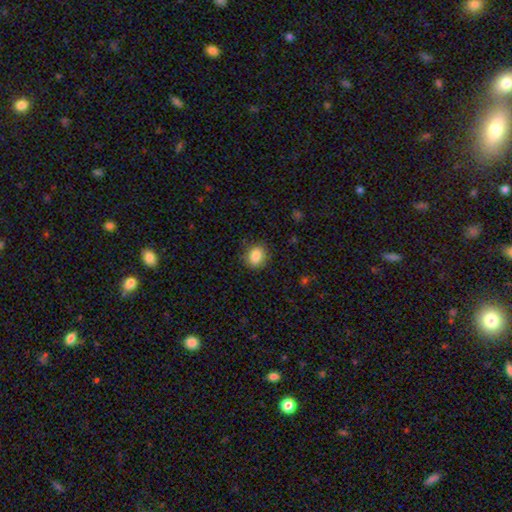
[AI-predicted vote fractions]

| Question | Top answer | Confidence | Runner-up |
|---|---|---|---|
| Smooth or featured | smooth | 87% | star or artifact (9%) |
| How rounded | round | 62% | in between (37%) |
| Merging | none | 85% | minor disturbance (11%) |